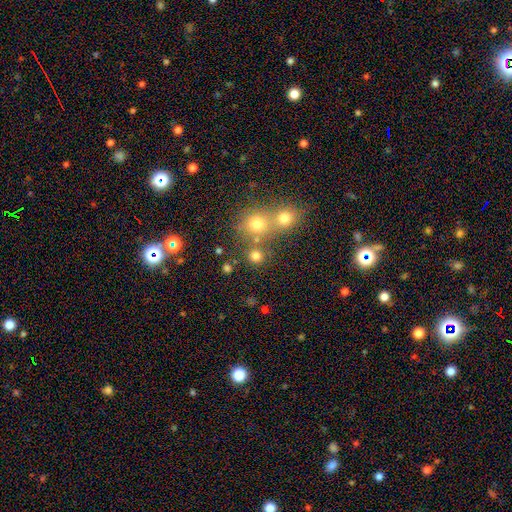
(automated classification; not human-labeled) Smooth or featured: smooth — 76% (star or artifact — 16%)
How rounded: round — 90% (in between — 9%)
Merging: none — 64% (merger — 26%)